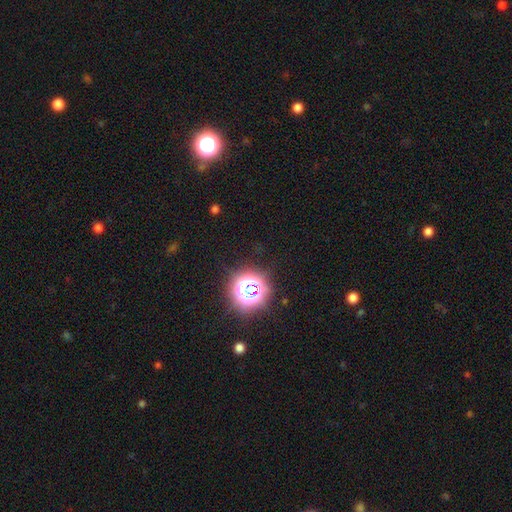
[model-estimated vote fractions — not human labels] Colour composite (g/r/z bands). It shows a star or artifact, not a galaxy (74%).